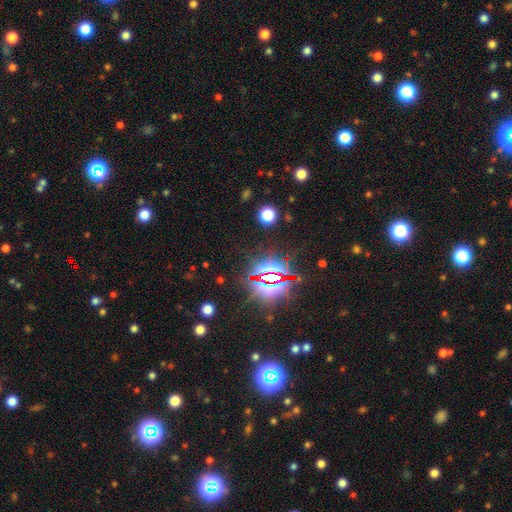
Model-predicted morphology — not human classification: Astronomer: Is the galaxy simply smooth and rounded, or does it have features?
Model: star or artifact — 82%.